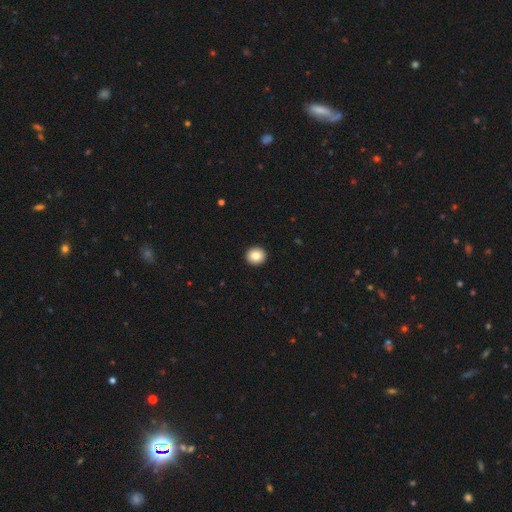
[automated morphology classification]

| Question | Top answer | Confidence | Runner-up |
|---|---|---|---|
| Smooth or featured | smooth | 84% | star or artifact (9%) |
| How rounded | round | 93% | in between (6%) |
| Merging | none | 94% | minor disturbance (4%) |